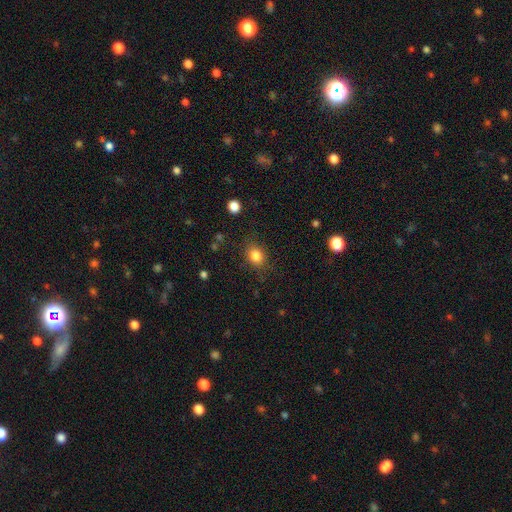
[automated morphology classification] smooth-or-featured: smooth: 83% | star or artifact: 11% | featured or disk: 6%
  how-rounded: round: 52% | in between: 47% | cigar-shaped: 1%
  merging: none: 81% | minor disturbance: 13% | major disturbance: 5% | merger: 2%